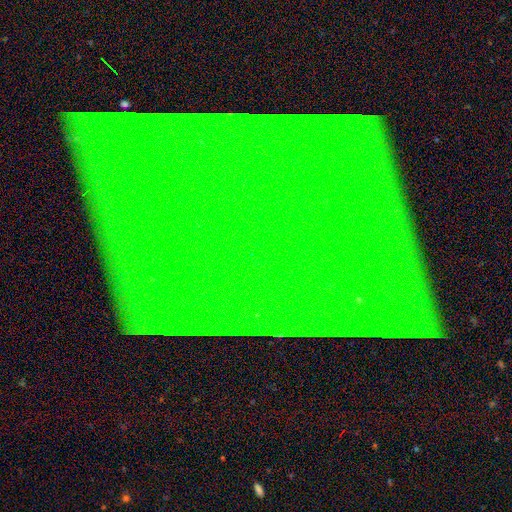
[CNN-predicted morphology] This is clearly a star or artifact rather than a galaxy (84%).